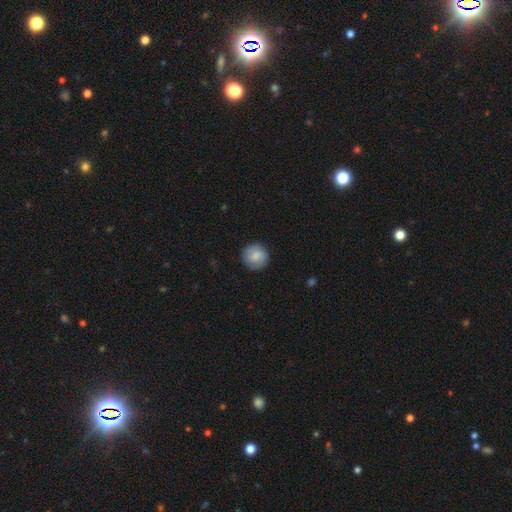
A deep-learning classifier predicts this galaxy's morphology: Overall: smooth (73%). How rounded: round (91%). Merging: none (85%).